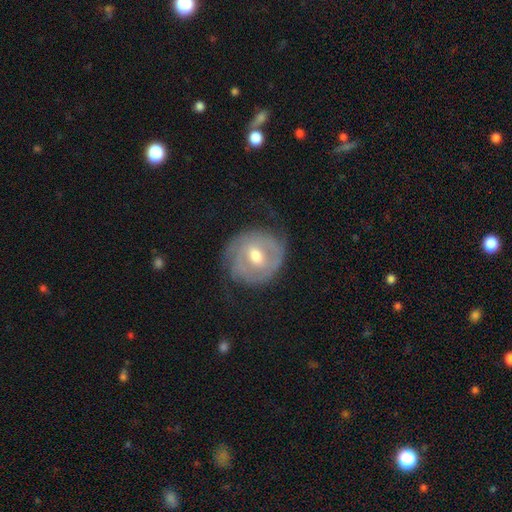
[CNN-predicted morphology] Smooth or featured? featured or disk (73%)
Edge-on disk? no (96%)
Bar? weak (49%)
Spiral arms? yes (77%)
Spiral winding? tight (60%)
Spiral arm count? 2 (51%)
Bulge size? moderate (74%)
Merging? none (69%)